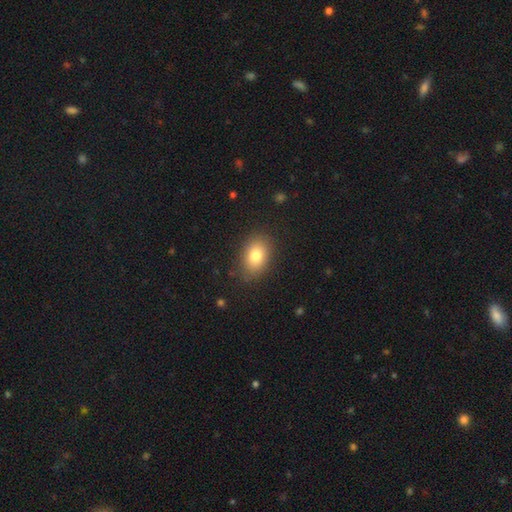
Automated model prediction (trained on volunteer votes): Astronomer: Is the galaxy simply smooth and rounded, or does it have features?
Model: smooth — 81%.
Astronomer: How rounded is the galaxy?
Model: in between — 83%.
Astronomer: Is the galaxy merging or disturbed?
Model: none — 85%.